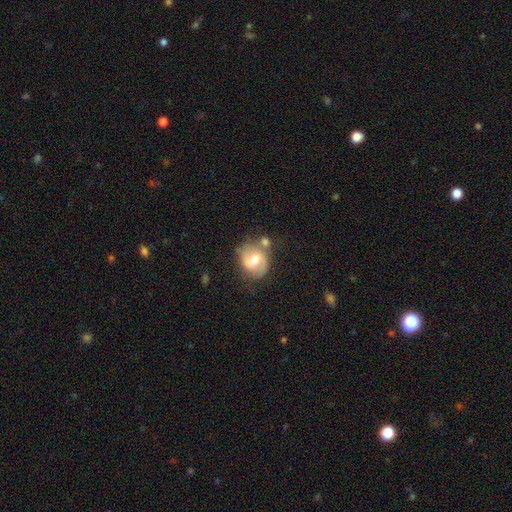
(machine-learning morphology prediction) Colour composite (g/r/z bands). It shows a featured or disk galaxy (59%) with a weak bar (49%), spiral arms (74%) and a moderate central bulge (73%). Merging: none (56%).